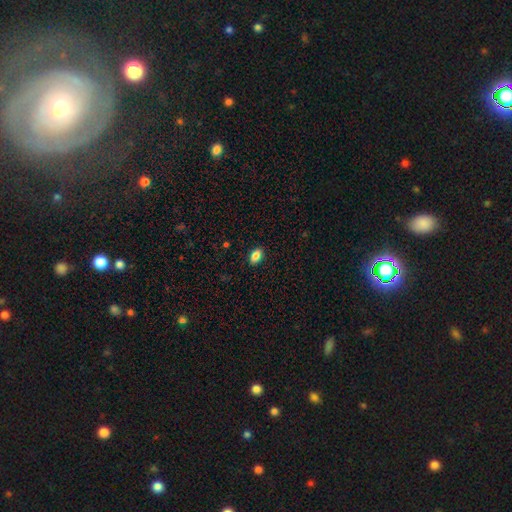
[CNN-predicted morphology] Smooth or featured: smooth — 84% (star or artifact — 9%)
How rounded: in between — 88% (round — 8%)
Merging: none — 89% (minor disturbance — 9%)